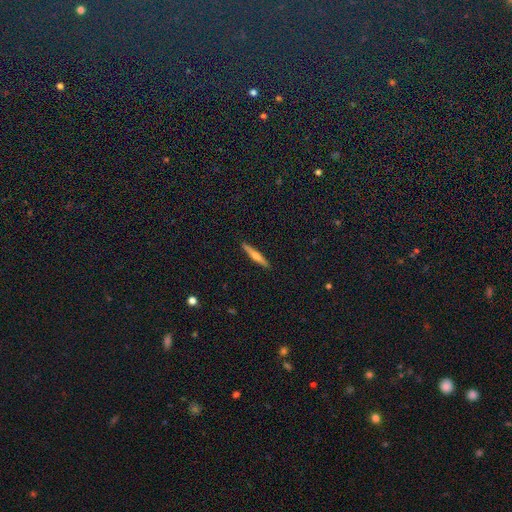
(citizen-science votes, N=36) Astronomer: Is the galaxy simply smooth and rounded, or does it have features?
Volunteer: featured or disk — 56% (runner-up: smooth, 42%).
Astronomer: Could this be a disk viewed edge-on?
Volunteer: yes — 100%.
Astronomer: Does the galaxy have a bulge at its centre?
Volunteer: rounded — 80%.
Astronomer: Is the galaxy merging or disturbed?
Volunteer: none — 100%.